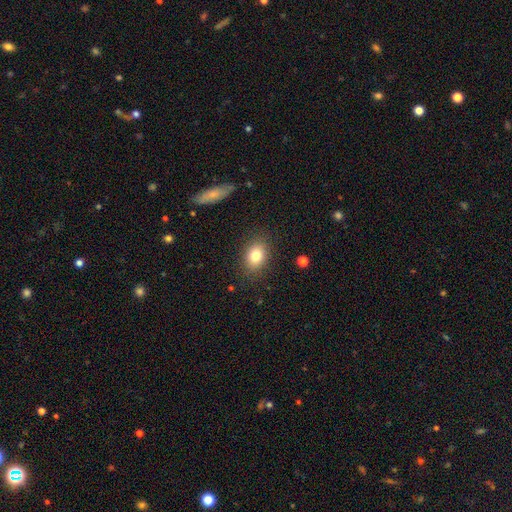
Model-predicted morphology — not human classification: The model was most divided on "how rounded": in between: 68%, round: 30%, cigar-shaped: 1%. More confident: merging — none (86%); smooth or featured — smooth (80%).